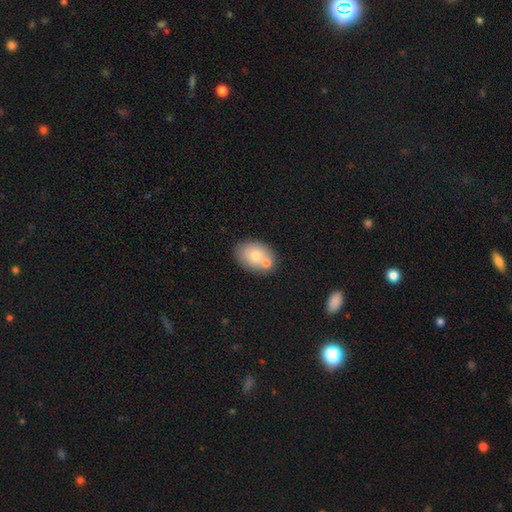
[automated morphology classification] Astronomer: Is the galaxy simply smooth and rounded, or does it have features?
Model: smooth — 73%.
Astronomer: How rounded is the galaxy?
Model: in between — 73%.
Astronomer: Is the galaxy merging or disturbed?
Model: none — 59%.